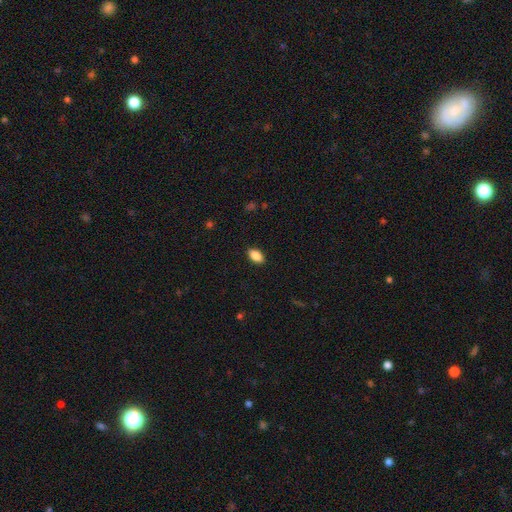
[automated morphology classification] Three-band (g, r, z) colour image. It shows a smooth galaxy with no disk features (88%) that is in between round and cigar-shaped (91%). Merging: none (89%).